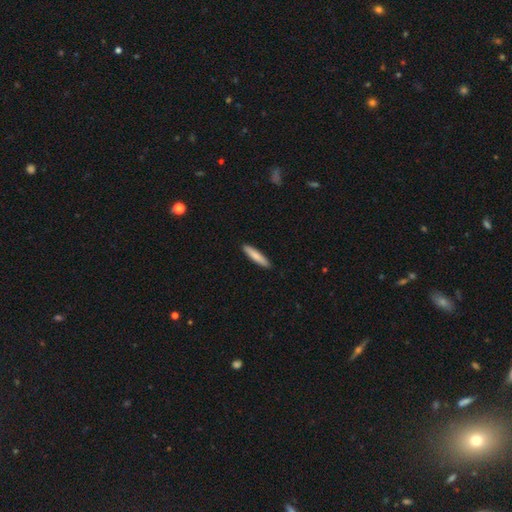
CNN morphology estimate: The model was most divided on "smooth or featured": smooth: 82%, featured or disk: 13%, star or artifact: 5%. More confident: merging — none (91%); how rounded — cigar-shaped (87%).